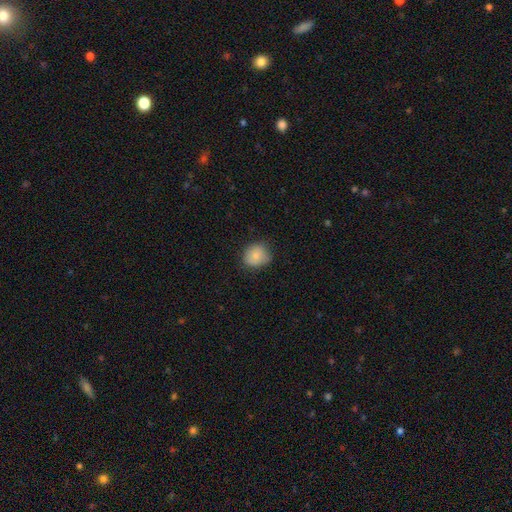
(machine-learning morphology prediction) Smooth or featured? smooth (81%)
How rounded? round (67%)
Merging? none (62%)